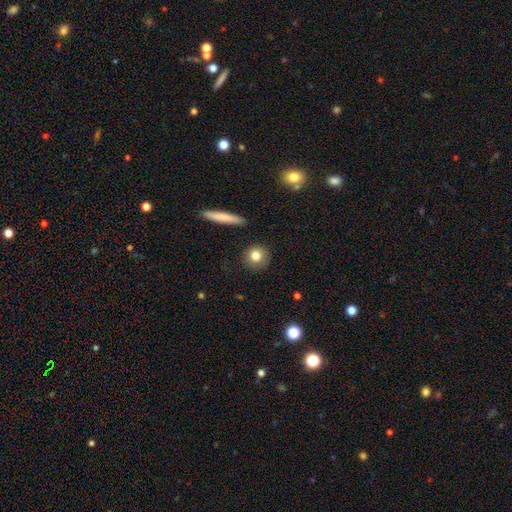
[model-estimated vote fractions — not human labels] A smooth galaxy with no disk features (80%) that is round (88%).

Vote fractions:
- Smooth or featured? smooth: 80% / featured or disk: 11% / star or artifact: 9%
- How rounded? round: 88% / in between: 10% / cigar-shaped: 2%
- Merging? none: 88% / minor disturbance: 8% / major disturbance: 2% / merger: 2%